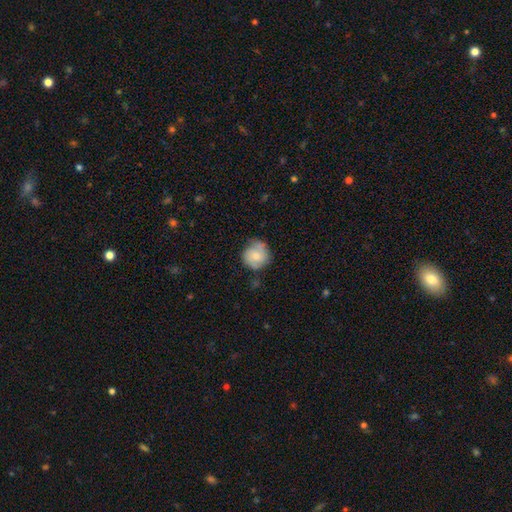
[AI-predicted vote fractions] The model was most divided on "smooth or featured": smooth: 62%, featured or disk: 31%, star or artifact: 7%. More confident: how rounded — round (89%); merging — none (67%).